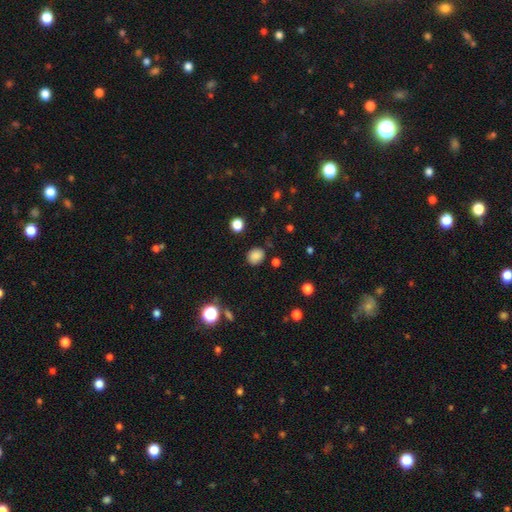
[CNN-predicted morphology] This appears to be a smooth galaxy with no disk features (83%) that is round (68%). Merging: none (84%).